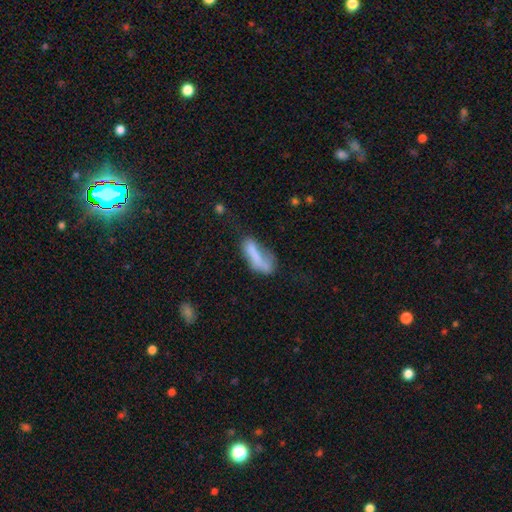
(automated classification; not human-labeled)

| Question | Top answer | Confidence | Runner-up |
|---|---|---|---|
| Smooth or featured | smooth | 66% | featured or disk (24%) |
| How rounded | in between | 54% | cigar-shaped (43%) |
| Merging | major disturbance | 33% | none (27%) |